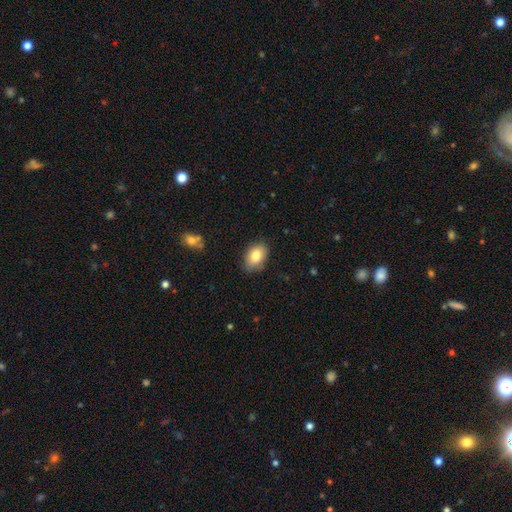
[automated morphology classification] type=smooth (83%); roundness=in between (86%); merging=none (84%).